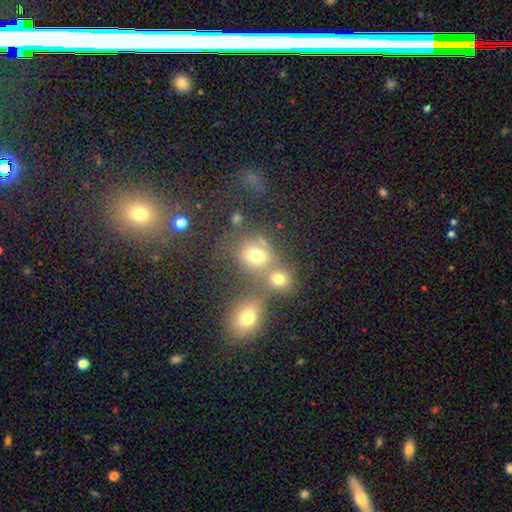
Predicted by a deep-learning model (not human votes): Morphology: type=smooth (67%); roundness=round (68%); merging=none (44%).